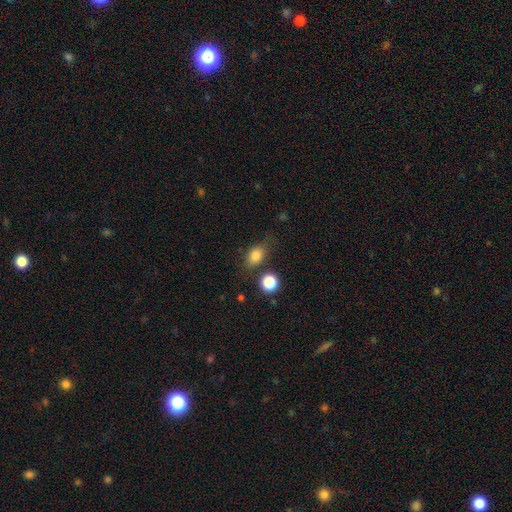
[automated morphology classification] smooth-or-featured: smooth: 81% | star or artifact: 11% | featured or disk: 8%
  how-rounded: in between: 69% | round: 28% | cigar-shaped: 3%
  merging: none: 68% | minor disturbance: 18% | merger: 7% | major disturbance: 6%